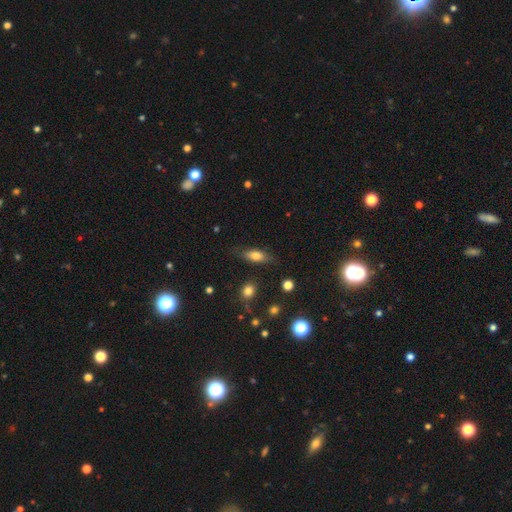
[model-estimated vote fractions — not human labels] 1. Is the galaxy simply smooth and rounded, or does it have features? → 71% smooth, 21% featured or disk, 8% star or artifact.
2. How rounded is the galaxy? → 69% in between, 26% cigar-shaped, 5% round.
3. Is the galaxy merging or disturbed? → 77% none, 16% minor disturbance, 4% major disturbance, 2% merger.